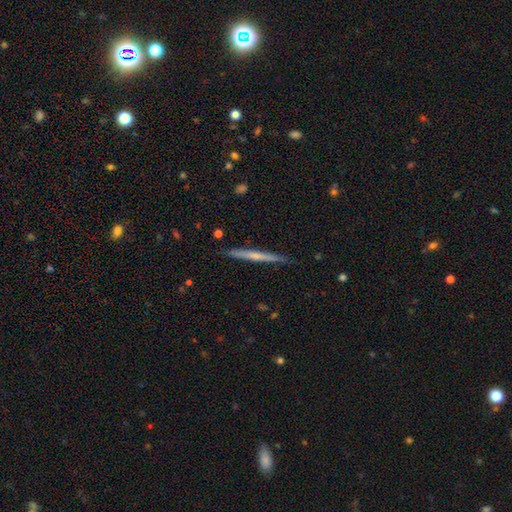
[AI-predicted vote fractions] Overall: featured or disk (54%; smooth 40%). Edge-on disk: yes (97%). Edge-on bulge: none (65%; rounded 30%). Merging: none (88%).